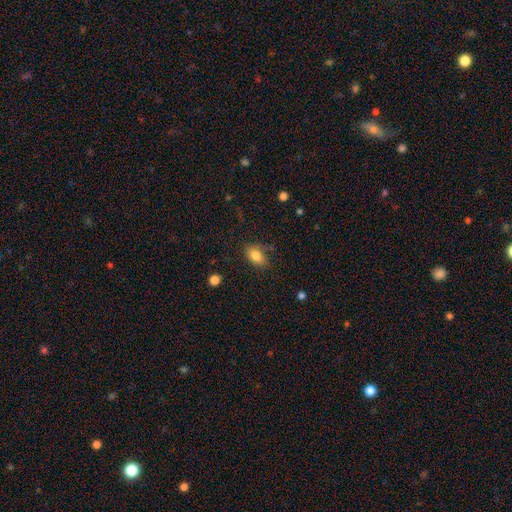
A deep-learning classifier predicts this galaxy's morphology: smooth_or_featured: smooth (p=0.83) [alt: star or artifact p=0.09]
how_rounded: in between (p=0.82) [alt: round p=0.16]
merging: none (p=0.73) [alt: minor disturbance p=0.19]